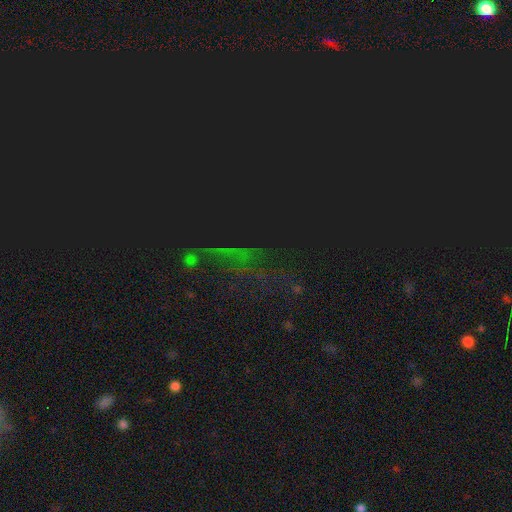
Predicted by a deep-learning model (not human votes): Smooth or featured: star or artifact — 76% (smooth — 15%)